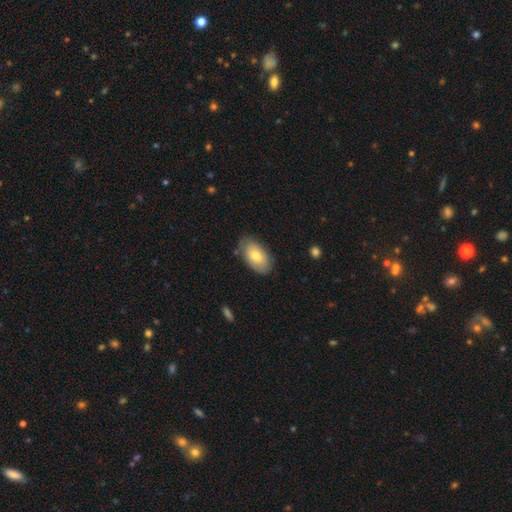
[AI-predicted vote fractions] The model was most divided on "smooth or featured": smooth: 73%, featured or disk: 21%, star or artifact: 6%. More confident: how rounded — in between (94%); merging — none (78%).